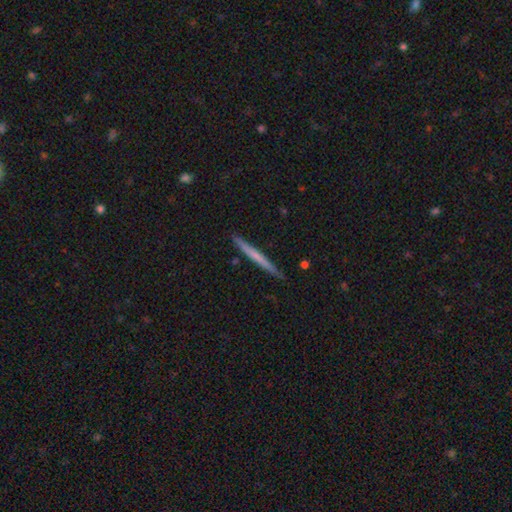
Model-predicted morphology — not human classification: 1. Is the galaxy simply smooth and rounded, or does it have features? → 52% smooth, 42% featured or disk, 5% star or artifact.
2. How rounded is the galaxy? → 97% cigar-shaped, 2% in between, 1% round.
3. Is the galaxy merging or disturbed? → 89% none, 8% minor disturbance, 1% major disturbance, 1% merger.